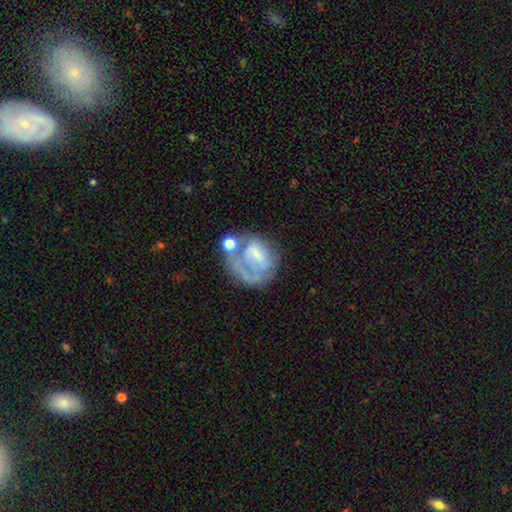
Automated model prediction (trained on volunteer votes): Smooth or featured? Predicted: featured or disk (p=0.58). Edge-on disk? Predicted: no (p=0.97). Bar? Predicted: no (p=0.49). Spiral arms? Predicted: no (p=0.54). Bulge size? Predicted: none (p=0.38). Merging? Predicted: major disturbance (p=0.34).